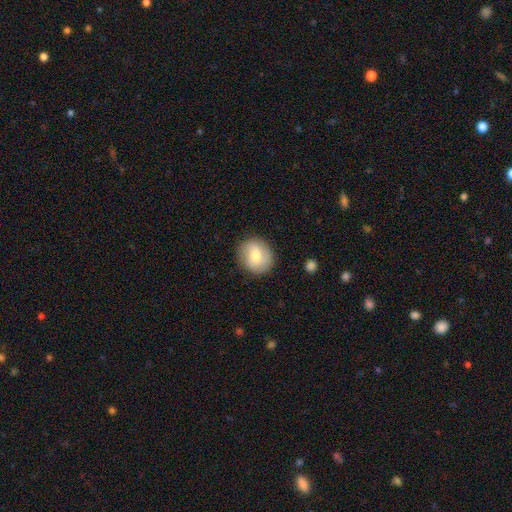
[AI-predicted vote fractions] smooth 60%, featured or disk 32%, star or artifact 7%. Down the decision tree: how rounded — round (83%); merging — none (86%).